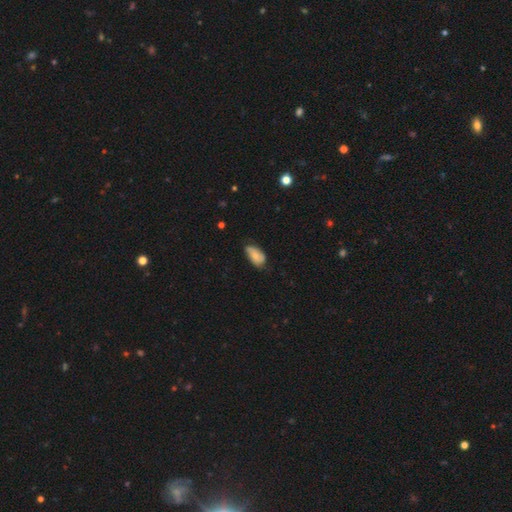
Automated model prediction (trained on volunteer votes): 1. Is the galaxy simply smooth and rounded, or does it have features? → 71% smooth, 22% featured or disk, 7% star or artifact.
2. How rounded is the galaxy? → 93% in between, 4% round, 3% cigar-shaped.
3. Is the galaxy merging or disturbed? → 50% none, 40% minor disturbance, 8% major disturbance, 2% merger.